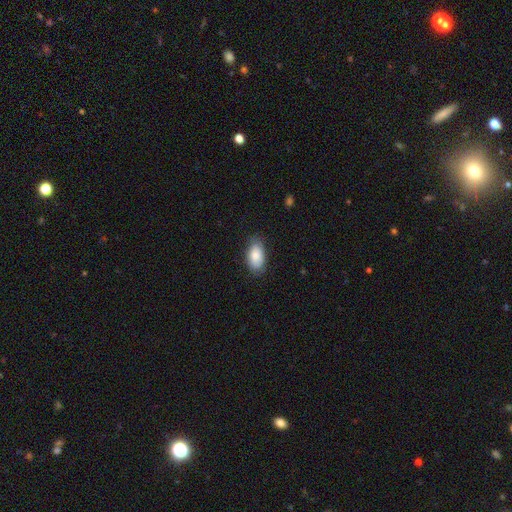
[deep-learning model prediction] smooth-or-featured: smooth: 82% | featured or disk: 12% | star or artifact: 6%
  how-rounded: in between: 93% | round: 4% | cigar-shaped: 3%
  merging: none: 77% | minor disturbance: 18% | major disturbance: 4% | merger: 1%